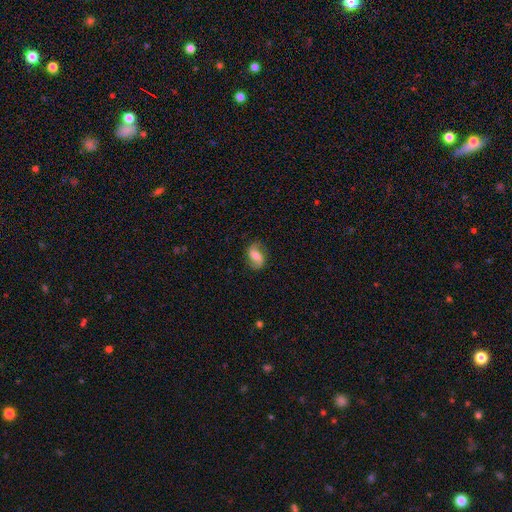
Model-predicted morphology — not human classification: Overall: featured or disk (63%; smooth 29%). Edge-on disk: no (97%). Bar: no (41%; weak 40%). Spiral arms: yes (91%). Spiral arm count: 2 (90%). Spiral winding: loose (52%; medium 34%). Bulge size: moderate (57%; small 23%). Merging: none (79%).